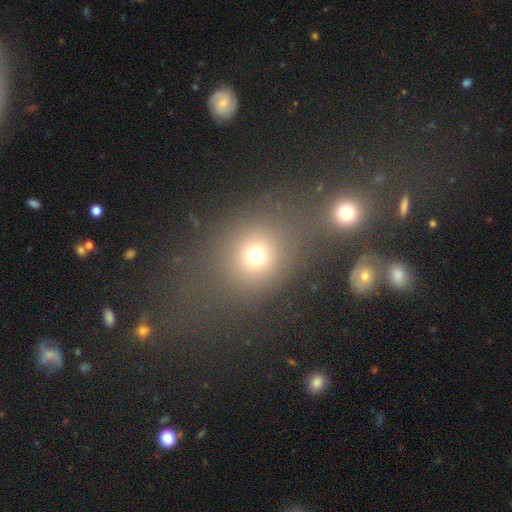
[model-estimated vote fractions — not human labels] Smooth or featured? smooth (71%)
How rounded? round (74%)
Merging? none (61%)